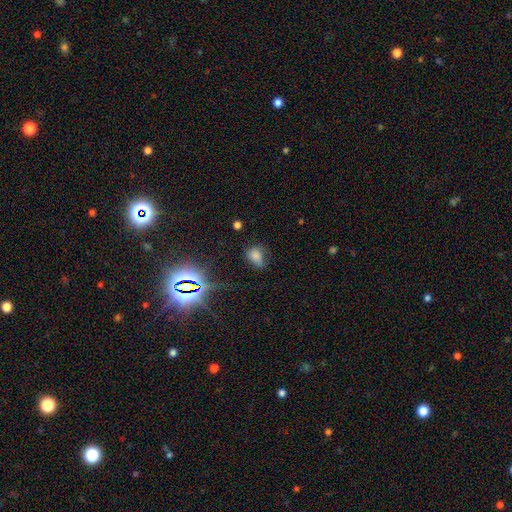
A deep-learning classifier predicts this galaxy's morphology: A smooth galaxy with no disk features (50%).

Vote fractions:
- Smooth or featured? smooth: 50% / star or artifact: 38% / featured or disk: 12%
- Merging? none: 58% / minor disturbance: 26% / major disturbance: 12% / merger: 4%